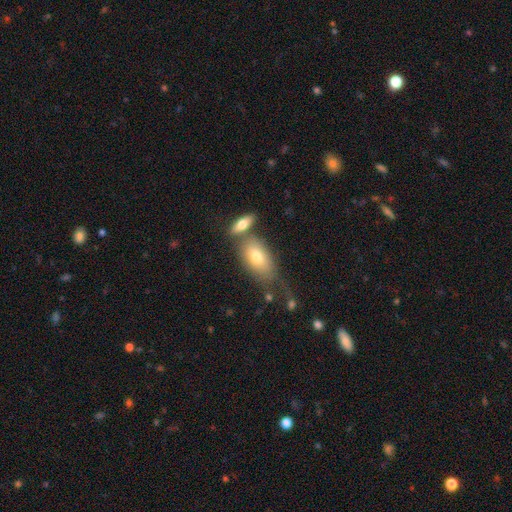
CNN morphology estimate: This appears to be a smooth galaxy with no disk features (65%) that is in between round and cigar-shaped (84%). Merging: none (49%).